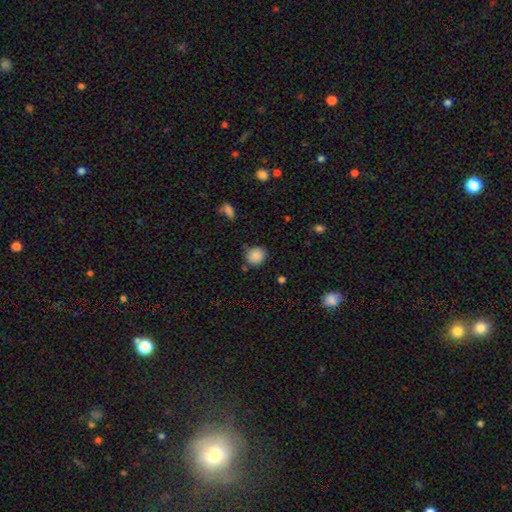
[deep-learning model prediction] Q: Smooth or featured?
A: smooth (86%); runner-up: star or artifact (9%)
Q: How rounded?
A: round (84%); runner-up: in between (15%)
Q: Merging?
A: none (78%); runner-up: minor disturbance (15%)